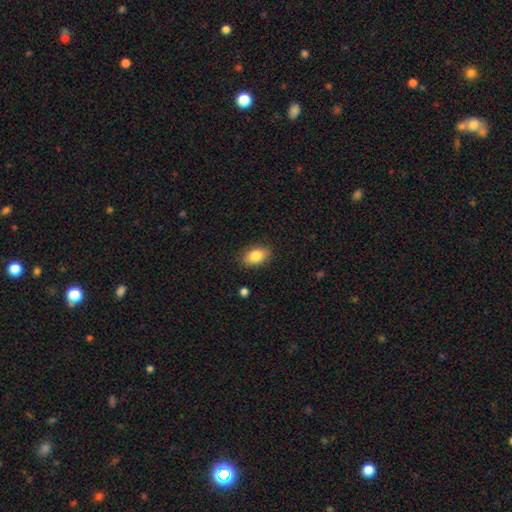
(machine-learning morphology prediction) Q: Smooth or featured?
A: smooth (84%); runner-up: featured or disk (8%)
Q: How rounded?
A: in between (88%); runner-up: round (11%)
Q: Merging?
A: none (86%); runner-up: minor disturbance (10%)